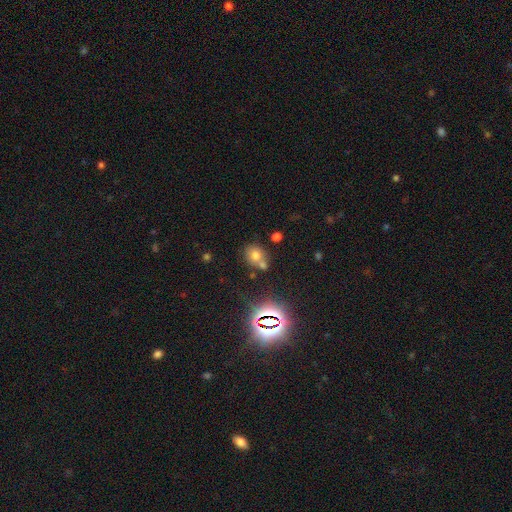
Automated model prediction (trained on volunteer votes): A smooth galaxy with no disk features (65%) that is round (69%).

Vote fractions:
- Smooth or featured? smooth: 65% / star or artifact: 21% / featured or disk: 14%
- How rounded? round: 69% / in between: 30% / cigar-shaped: 1%
- Merging? none: 50% / merger: 33% / minor disturbance: 12% / major disturbance: 4%